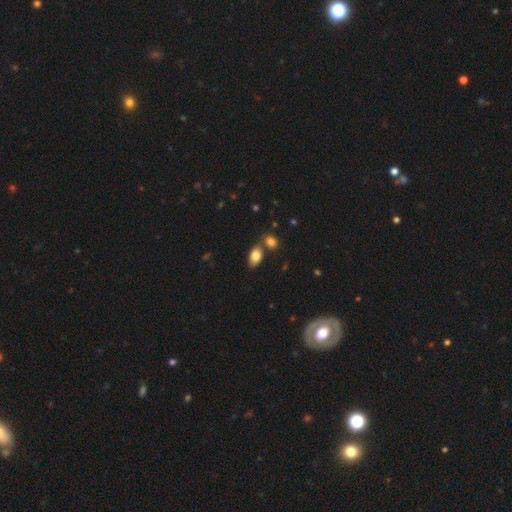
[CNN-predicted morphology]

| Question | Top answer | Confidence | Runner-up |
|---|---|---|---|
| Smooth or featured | smooth | 84% | featured or disk (9%) |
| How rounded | in between | 90% | round (8%) |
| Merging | none | 64% | merger (21%) |